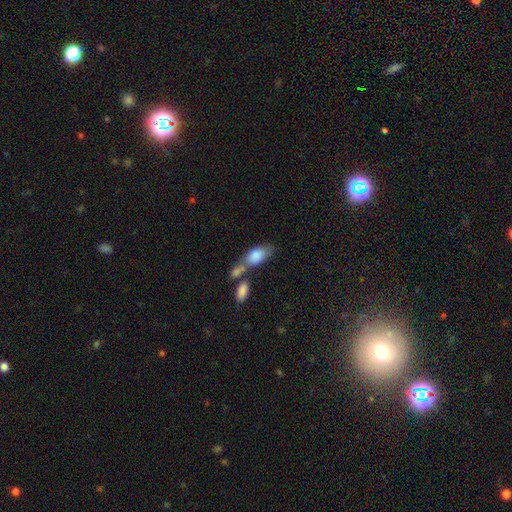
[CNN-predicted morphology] This is likely a smooth galaxy (79%). How rounded: clearly in between (85%). Merging: possibly merger (52%).